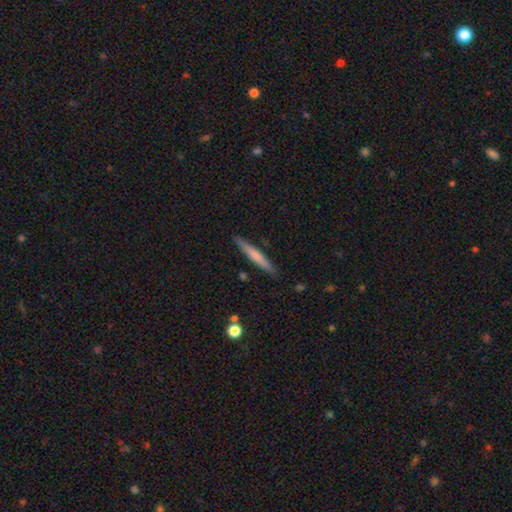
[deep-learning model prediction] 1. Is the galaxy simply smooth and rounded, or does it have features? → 63% smooth, 32% featured or disk, 6% star or artifact.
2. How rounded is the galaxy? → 96% cigar-shaped, 3% in between, 1% round.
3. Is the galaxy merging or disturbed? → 89% none, 8% minor disturbance, 2% merger, 2% major disturbance.